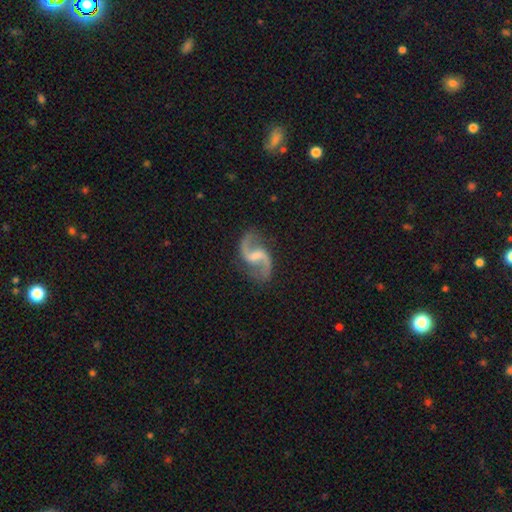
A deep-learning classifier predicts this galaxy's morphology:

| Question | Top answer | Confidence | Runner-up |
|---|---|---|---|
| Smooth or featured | featured or disk | 92% | star or artifact (4%) |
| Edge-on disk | no | 98% | yes (2%) |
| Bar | weak | 55% | no (25%) |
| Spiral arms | yes | 98% | no (2%) |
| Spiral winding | loose | 63% | medium (32%) |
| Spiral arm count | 2 | 95% | 1 (1%) |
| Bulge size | none | 38% | small (32%) |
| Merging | none | 82% | minor disturbance (12%) |